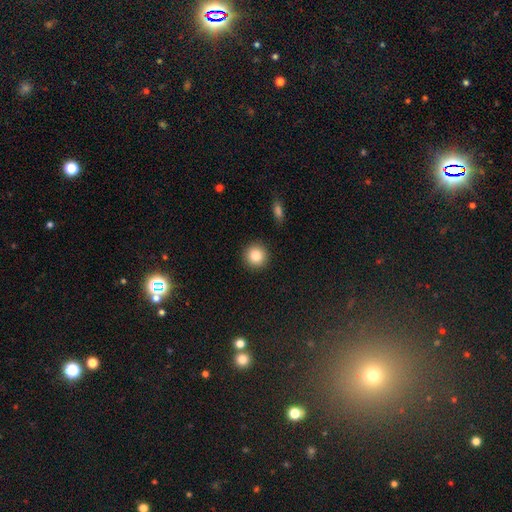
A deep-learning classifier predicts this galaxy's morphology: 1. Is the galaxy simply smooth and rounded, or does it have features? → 84% smooth, 9% star or artifact, 6% featured or disk.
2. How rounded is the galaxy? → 94% round, 5% in between, 1% cigar-shaped.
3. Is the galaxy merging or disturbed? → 91% none, 6% minor disturbance, 2% major disturbance, 1% merger.